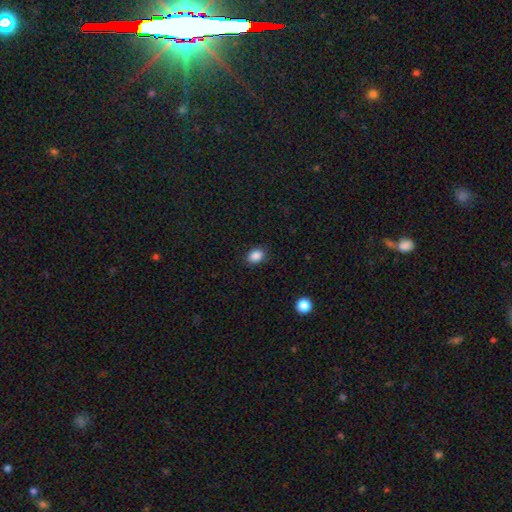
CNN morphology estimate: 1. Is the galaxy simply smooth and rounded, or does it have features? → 88% smooth, 9% star or artifact, 3% featured or disk.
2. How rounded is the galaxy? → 67% in between, 32% round, 1% cigar-shaped.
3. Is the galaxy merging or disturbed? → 87% none, 10% minor disturbance, 2% major disturbance, 1% merger.